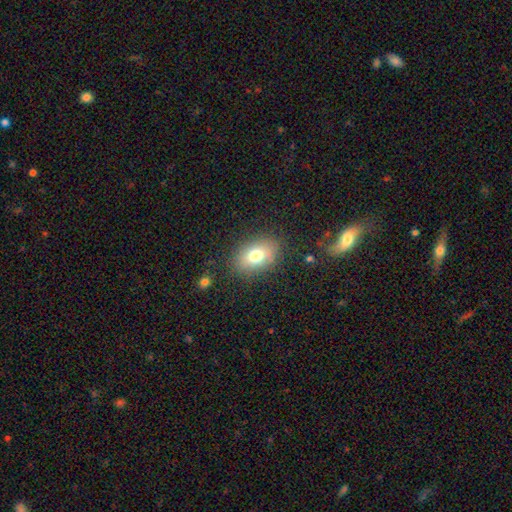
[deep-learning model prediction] This appears to be a smooth galaxy with no disk features (75%) that is in between round and cigar-shaped (80%). Merging: none (81%).